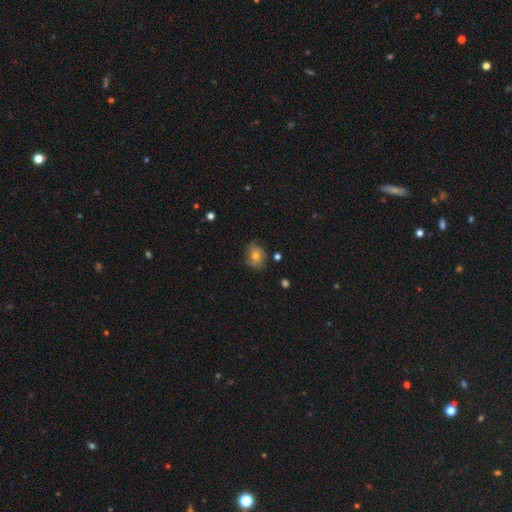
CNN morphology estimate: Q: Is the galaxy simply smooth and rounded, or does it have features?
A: smooth — 71%.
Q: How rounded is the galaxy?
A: in between — 54%.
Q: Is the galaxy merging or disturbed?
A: none — 72%.